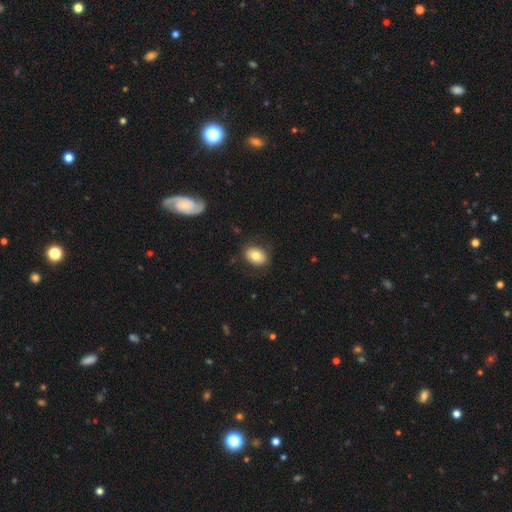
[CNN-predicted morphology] Overall: smooth (77%). How rounded: in between (73%). Merging: none (82%).